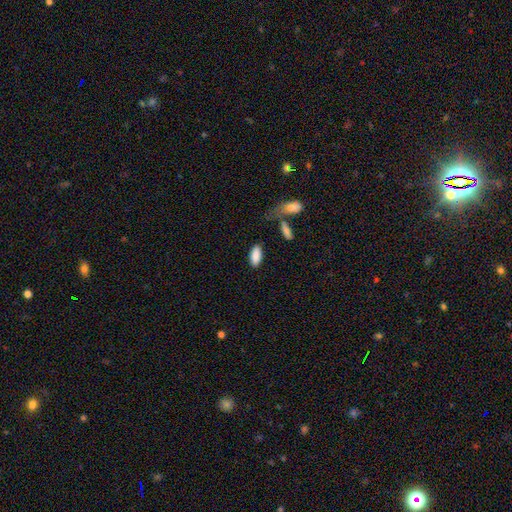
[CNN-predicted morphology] A smooth galaxy with no disk features (89%) that is in between round and cigar-shaped (85%). Merging: none (81%).